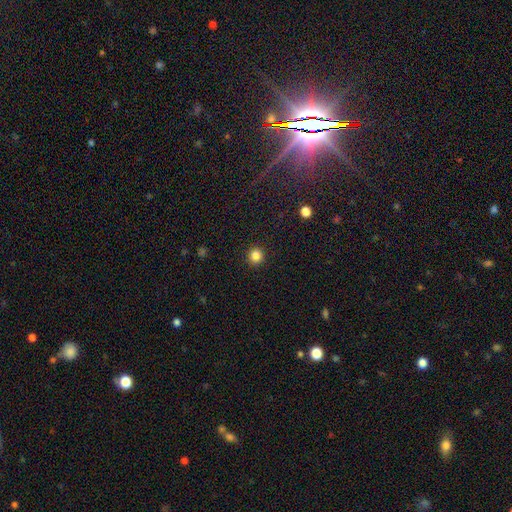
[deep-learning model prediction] smooth_or_featured: smooth (p=0.84) [alt: star or artifact p=0.12]
how_rounded: round (p=0.94) [alt: in between p=0.06]
merging: none (p=0.93) [alt: minor disturbance p=0.04]